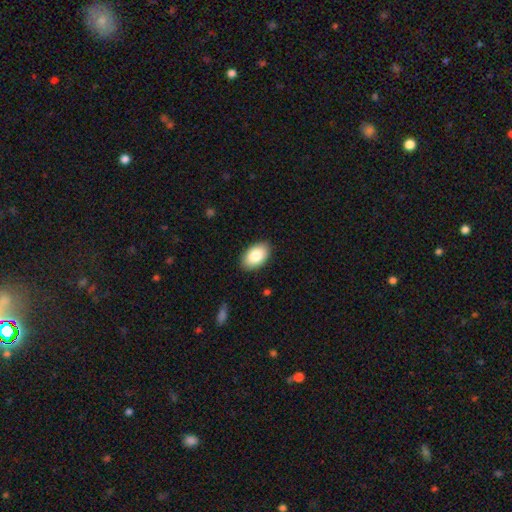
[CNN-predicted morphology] Q: Smooth or featured?
A: smooth (85%); runner-up: featured or disk (9%)
Q: How rounded?
A: in between (93%); runner-up: round (6%)
Q: Merging?
A: none (89%); runner-up: minor disturbance (8%)